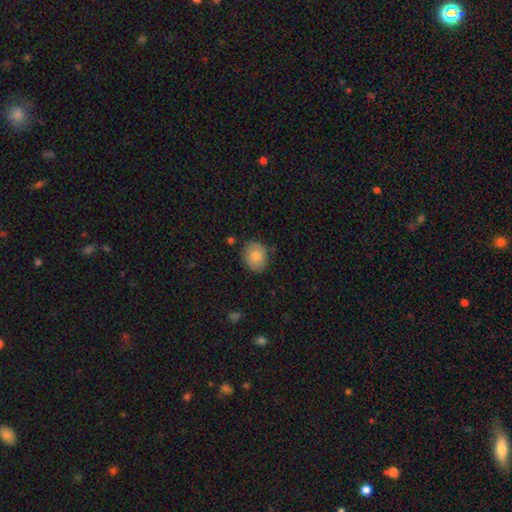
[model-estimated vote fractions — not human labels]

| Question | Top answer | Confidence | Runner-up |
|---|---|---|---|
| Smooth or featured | smooth | 78% | featured or disk (13%) |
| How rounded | round | 57% | in between (42%) |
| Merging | none | 81% | minor disturbance (14%) |